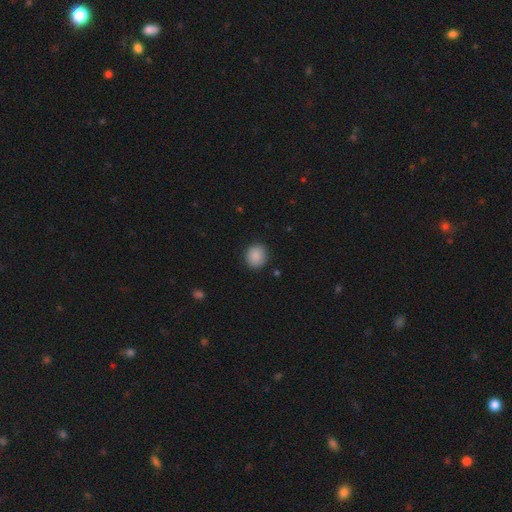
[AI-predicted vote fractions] smooth-or-featured: smooth: 88% | star or artifact: 8% | featured or disk: 4%
  how-rounded: round: 82% | in between: 17% | cigar-shaped: 1%
  merging: none: 89% | minor disturbance: 8% | major disturbance: 2% | merger: 1%